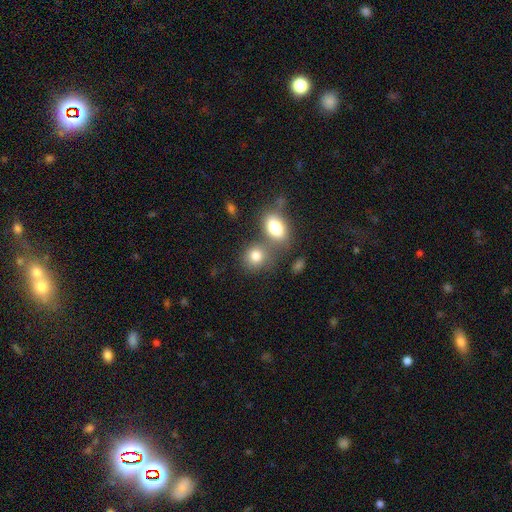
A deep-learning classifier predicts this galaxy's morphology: Smooth or featured? Predicted: smooth (p=0.79). How rounded? Predicted: round (p=0.65). Merging? Predicted: none (p=0.50).